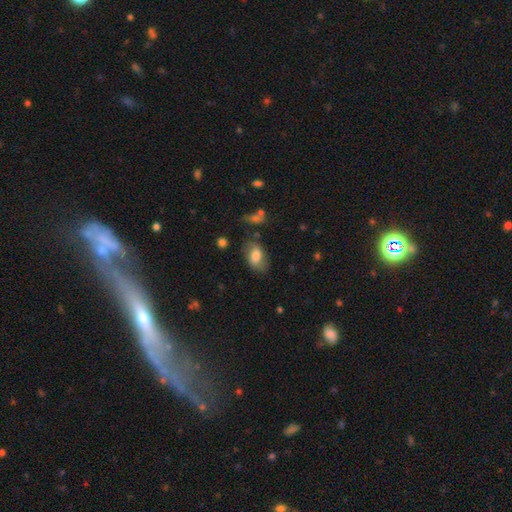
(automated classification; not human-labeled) The model was most divided on "merging": none: 69%, minor disturbance: 21%, major disturbance: 8%, merger: 3%. More confident: how rounded — in between (88%); smooth or featured — smooth (73%).